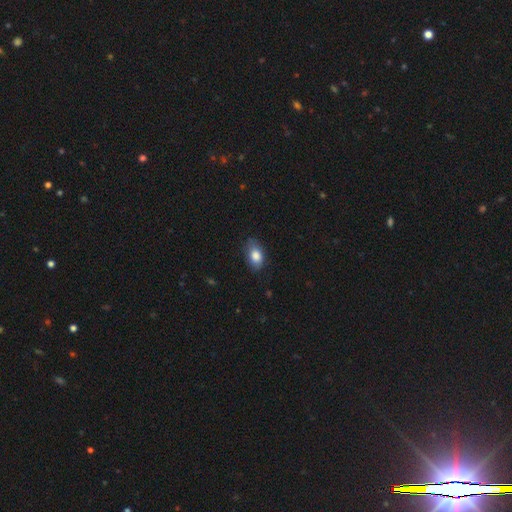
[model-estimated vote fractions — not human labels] smooth_or_featured: smooth (p=0.82) [alt: featured or disk p=0.10]
how_rounded: in between (p=0.88) [alt: round p=0.10]
merging: none (p=0.75) [alt: minor disturbance p=0.20]